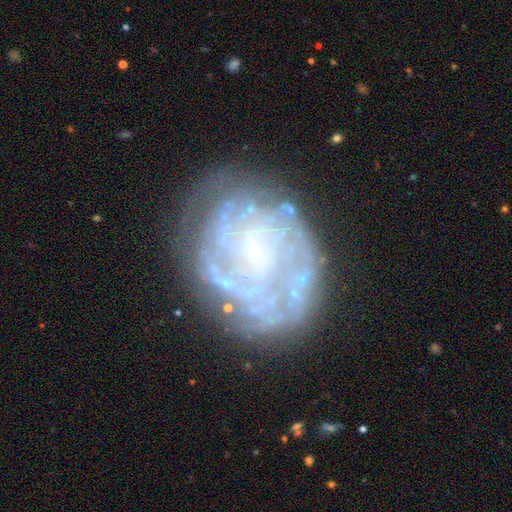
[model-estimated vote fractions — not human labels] featured or disk 82%, smooth 10%, star or artifact 8%. Down the decision tree: edge-on disk — no (98%); bar — no (69%); spiral arms — yes (90%); spiral arm count — can't tell (39%); spiral winding — tight (73%); bulge size — small (53%); merging — none (70%).